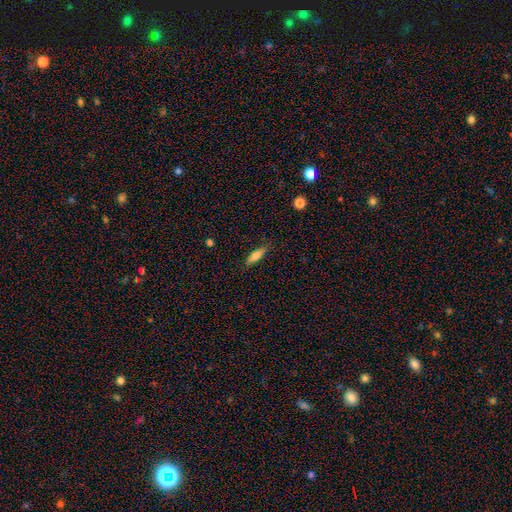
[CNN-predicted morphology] The model was most divided on "how rounded": cigar-shaped: 61%, in between: 37%, round: 2%. More confident: merging — none (83%); smooth or featured — smooth (72%).